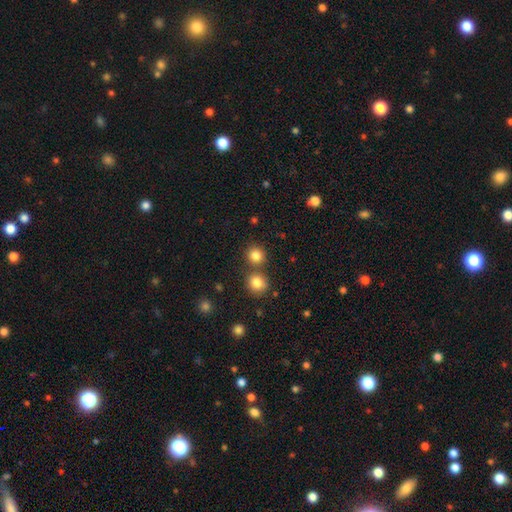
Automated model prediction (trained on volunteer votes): Smooth or featured? Predicted: smooth (p=0.84). How rounded? Predicted: round (p=0.91). Merging? Predicted: none (p=0.72).